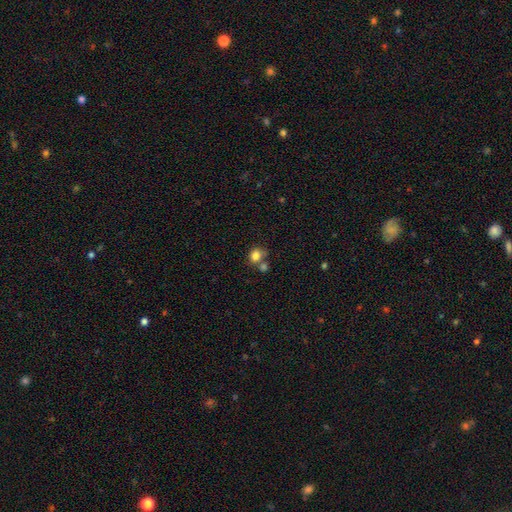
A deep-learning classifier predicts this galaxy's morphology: This appears to be a smooth galaxy with no disk features (82%) that is round (64%). Merging: none (51%).